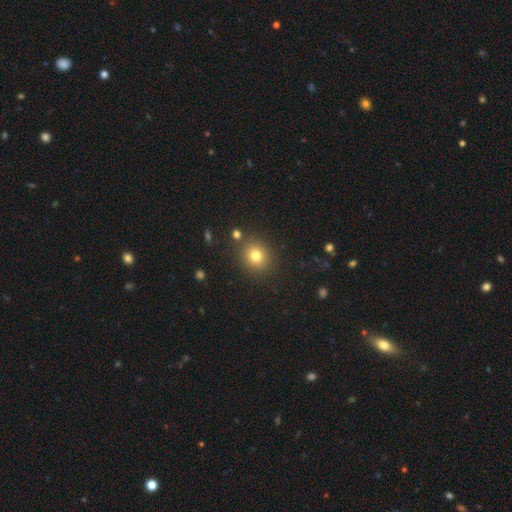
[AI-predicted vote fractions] Q: Smooth or featured?
A: smooth (79%); runner-up: star or artifact (14%)
Q: How rounded?
A: round (80%); runner-up: in between (19%)
Q: Merging?
A: none (85%); runner-up: minor disturbance (8%)